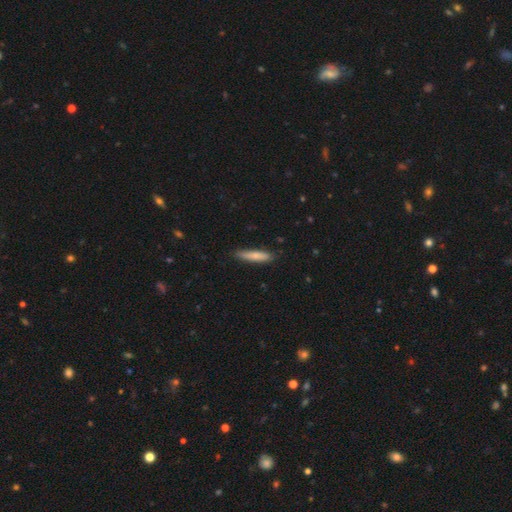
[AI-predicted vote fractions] Smooth or featured? smooth (77%)
How rounded? cigar-shaped (84%)
Merging? none (83%)